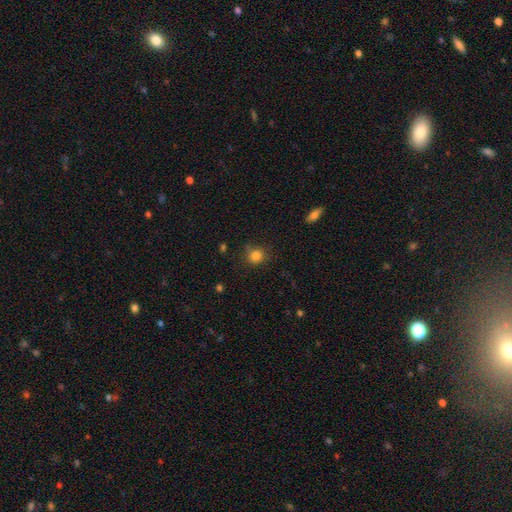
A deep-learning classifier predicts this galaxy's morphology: Smooth or featured: smooth — 83% (star or artifact — 12%)
How rounded: round — 86% (in between — 13%)
Merging: none — 80% (minor disturbance — 15%)